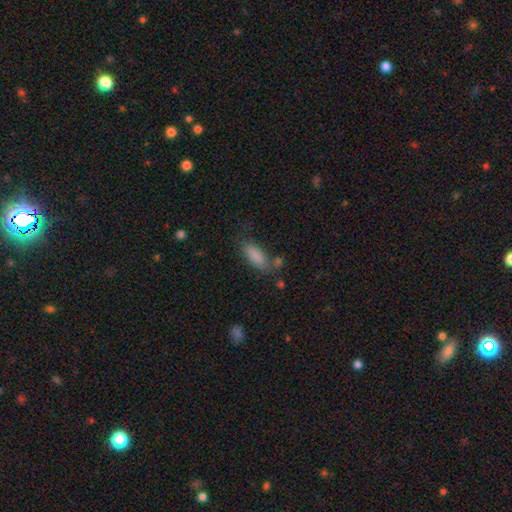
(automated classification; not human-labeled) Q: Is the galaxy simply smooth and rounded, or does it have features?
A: smooth — 86%.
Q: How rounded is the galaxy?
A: in between — 76%.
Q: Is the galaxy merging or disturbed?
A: none — 65%.